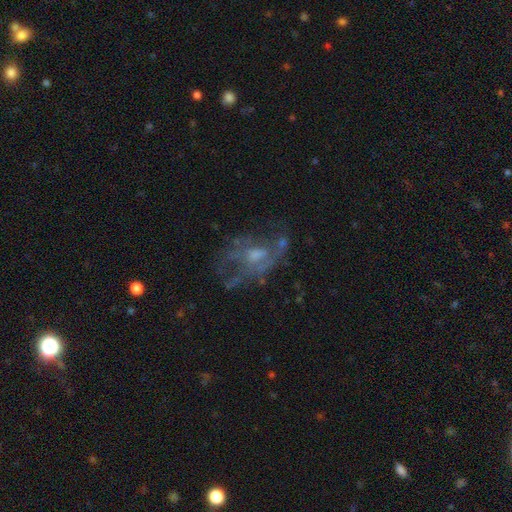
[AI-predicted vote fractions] Overall: featured or disk (68%). Edge-on disk: no (95%). Bar: no (68%). Spiral arms: no (55%; yes 45%). Bulge size: moderate (44%; small 31%). Merging: none (43%; major disturbance 33%).